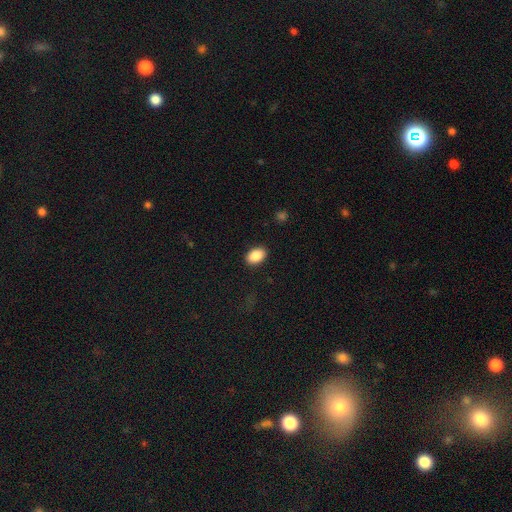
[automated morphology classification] Smooth or featured?
  - smooth: 89% *
  - star or artifact: 7%
  - featured or disk: 4%
How rounded?
  - in between: 87% *
  - round: 12%
  - cigar-shaped: 1%
Merging?
  - none: 89% *
  - minor disturbance: 8%
  - major disturbance: 2%
  - merger: 1%